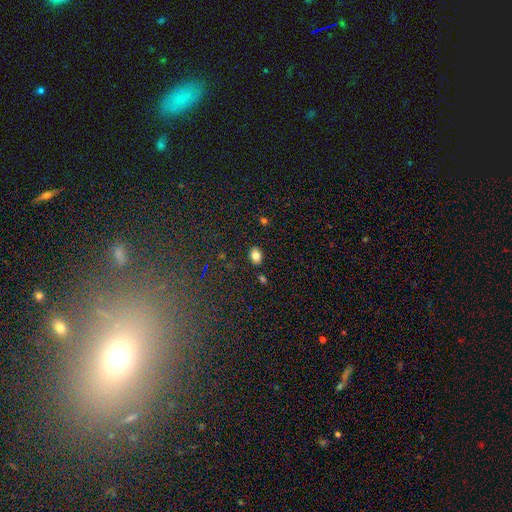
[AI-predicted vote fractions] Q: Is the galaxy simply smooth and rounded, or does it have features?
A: smooth — 79%.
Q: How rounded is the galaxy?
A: in between — 80%.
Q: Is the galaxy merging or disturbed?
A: none — 84%.